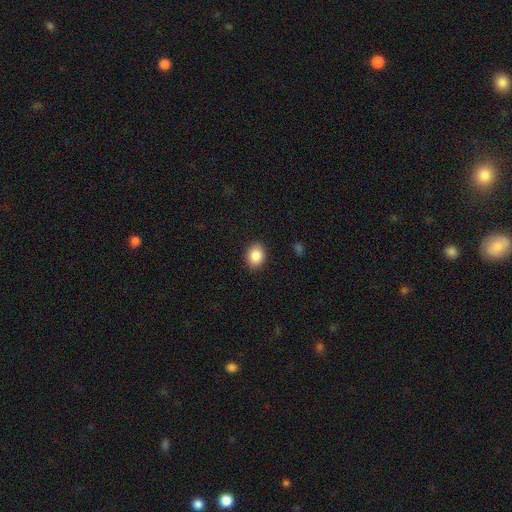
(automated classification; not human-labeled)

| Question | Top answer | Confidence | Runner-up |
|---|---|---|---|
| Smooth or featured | smooth | 87% | star or artifact (8%) |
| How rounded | in between | 53% | round (46%) |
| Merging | none | 90% | minor disturbance (7%) |